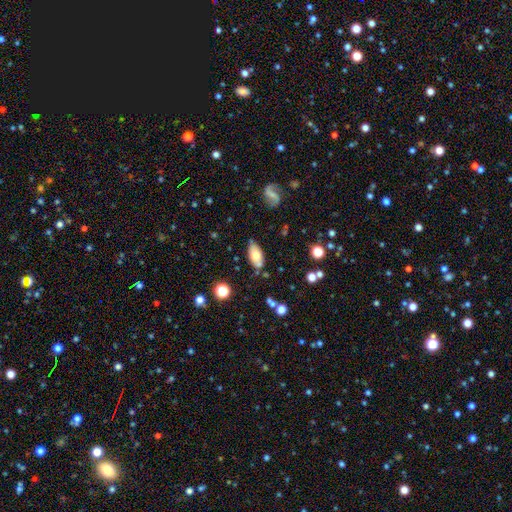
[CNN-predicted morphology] smooth 66%, featured or disk 26%, star or artifact 8%. Down the decision tree: how rounded — in between (92%); merging — none (73%).